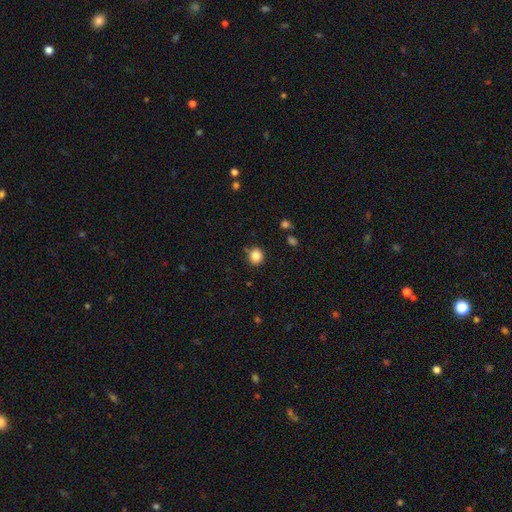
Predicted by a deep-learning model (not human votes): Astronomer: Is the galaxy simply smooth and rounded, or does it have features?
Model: smooth — 85%.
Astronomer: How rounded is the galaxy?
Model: round — 84%.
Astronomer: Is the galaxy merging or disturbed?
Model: none — 84%.